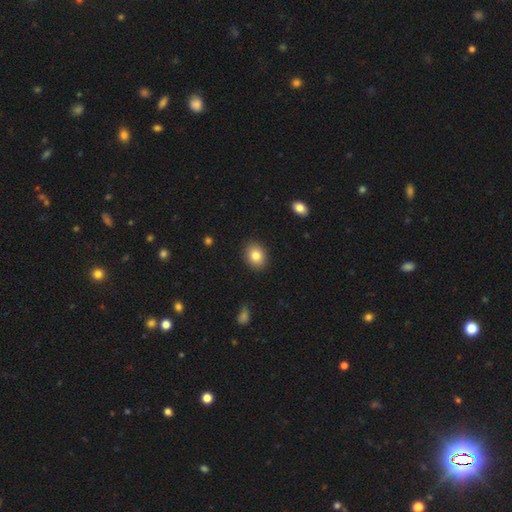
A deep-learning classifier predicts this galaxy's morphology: The model was most divided on "how rounded": in between: 53%, round: 46%, cigar-shaped: 1%. More confident: merging — none (89%); smooth or featured — smooth (82%).